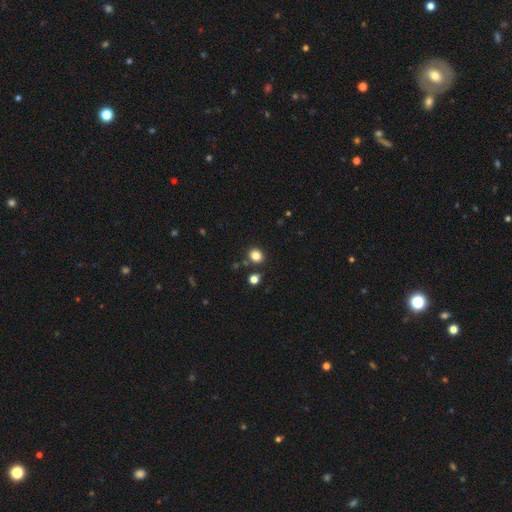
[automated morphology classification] A smooth galaxy with no disk features (83%) that is round (71%).

Vote fractions:
- Smooth or featured? smooth: 83% / star or artifact: 12% / featured or disk: 5%
- How rounded? round: 71% / in between: 28% / cigar-shaped: 1%
- Merging? none: 84% / minor disturbance: 8% / merger: 5% / major disturbance: 2%